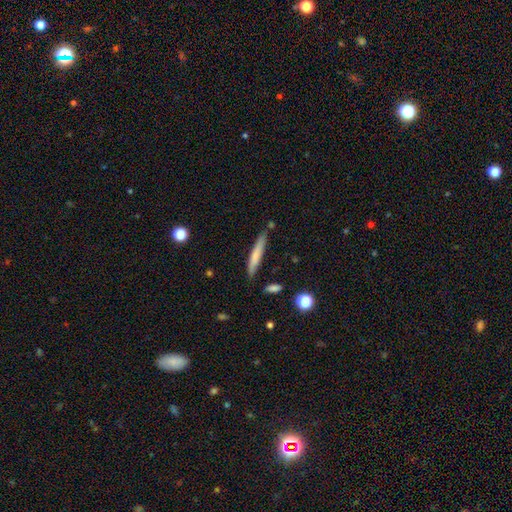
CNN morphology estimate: smooth_or_featured: smooth (p=0.70) [alt: featured or disk p=0.24]
how_rounded: cigar-shaped (p=0.93) [alt: in between p=0.06]
merging: none (p=0.80) [alt: minor disturbance p=0.13]